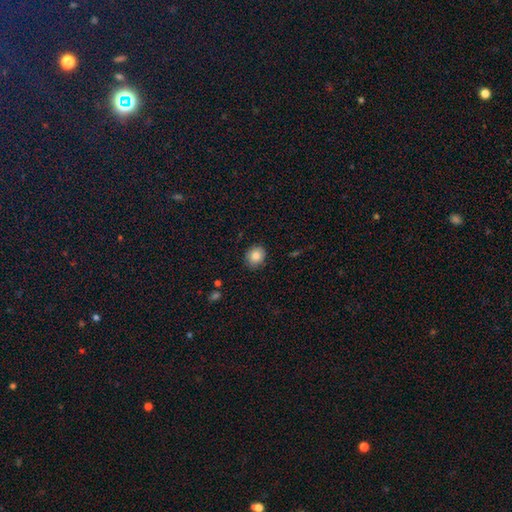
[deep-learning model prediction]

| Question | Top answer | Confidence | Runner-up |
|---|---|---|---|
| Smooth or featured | smooth | 83% | star or artifact (9%) |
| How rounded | round | 71% | in between (28%) |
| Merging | none | 86% | minor disturbance (10%) |